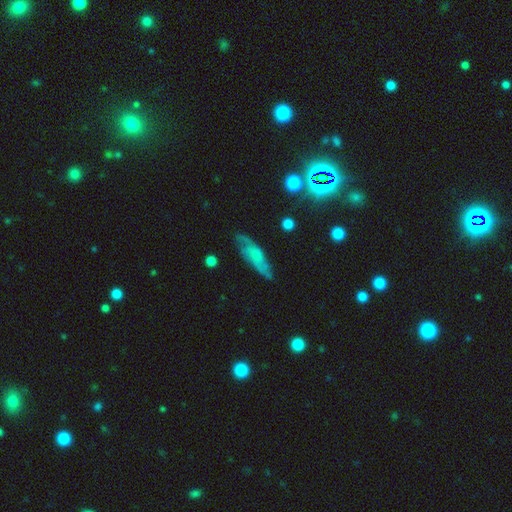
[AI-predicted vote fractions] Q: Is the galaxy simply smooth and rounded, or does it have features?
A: featured or disk — 52%.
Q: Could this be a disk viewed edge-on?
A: no — 72%.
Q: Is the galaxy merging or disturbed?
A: none — 69%.